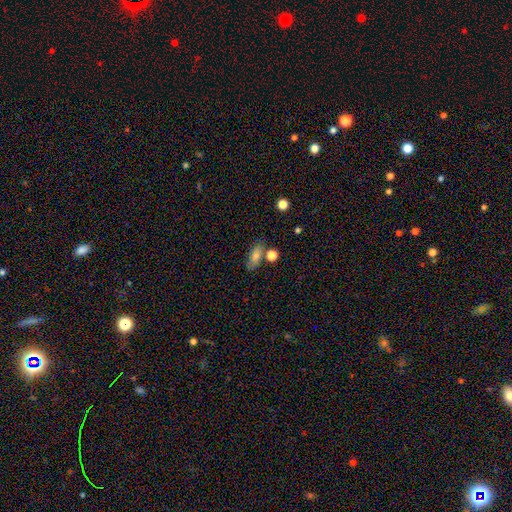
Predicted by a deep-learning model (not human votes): This appears to be a smooth galaxy with no disk features (75%) that is in between round and cigar-shaped (77%). Merging: none (70%).